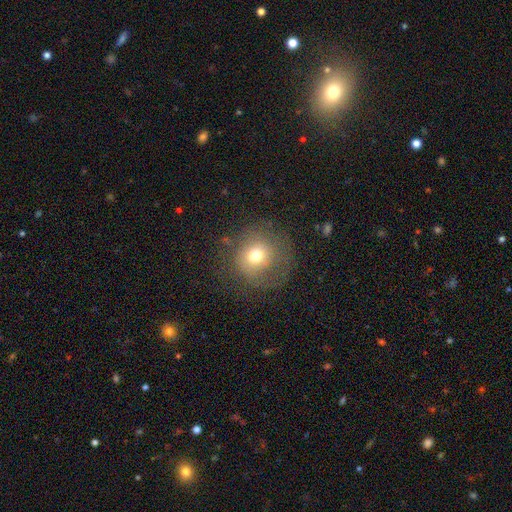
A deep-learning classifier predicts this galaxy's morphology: Q: Smooth or featured?
A: smooth (67%); runner-up: featured or disk (18%)
Q: How rounded?
A: round (88%); runner-up: in between (11%)
Q: Merging?
A: none (63%); runner-up: minor disturbance (18%)